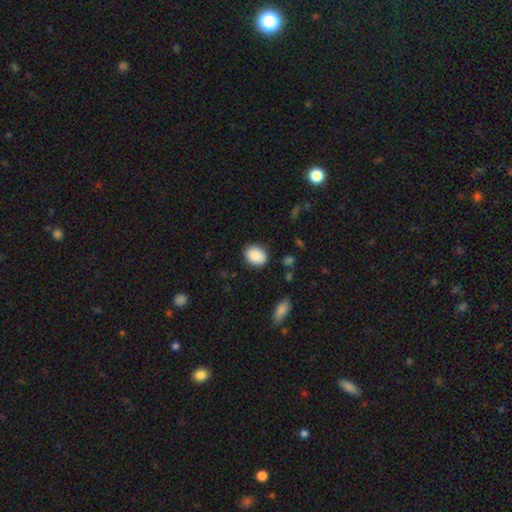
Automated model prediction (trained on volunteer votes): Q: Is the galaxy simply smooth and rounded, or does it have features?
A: smooth — 89%.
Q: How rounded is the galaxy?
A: in between — 61%.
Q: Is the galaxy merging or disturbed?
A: none — 83%.